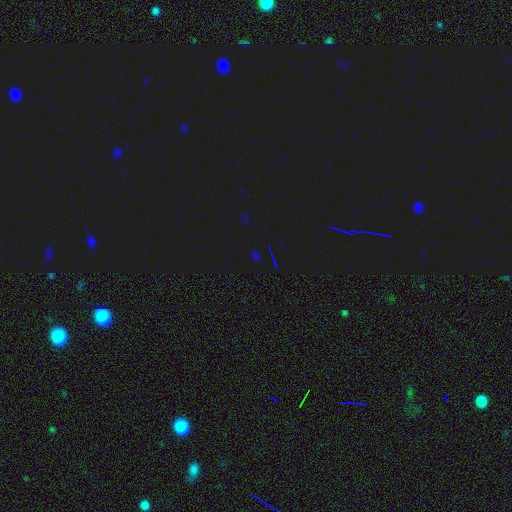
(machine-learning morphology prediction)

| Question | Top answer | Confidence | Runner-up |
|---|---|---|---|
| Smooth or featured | star or artifact | 73% | smooth (16%) |